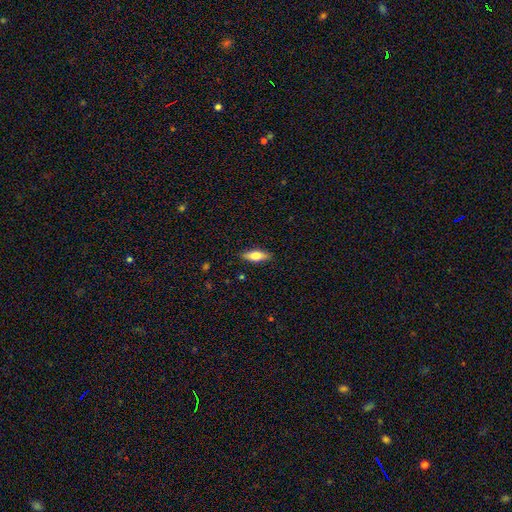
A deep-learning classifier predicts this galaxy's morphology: Smooth or featured: smooth — 66% (featured or disk — 28%)
How rounded: in between — 61% (cigar-shaped — 36%)
Merging: none — 87% (minor disturbance — 9%)